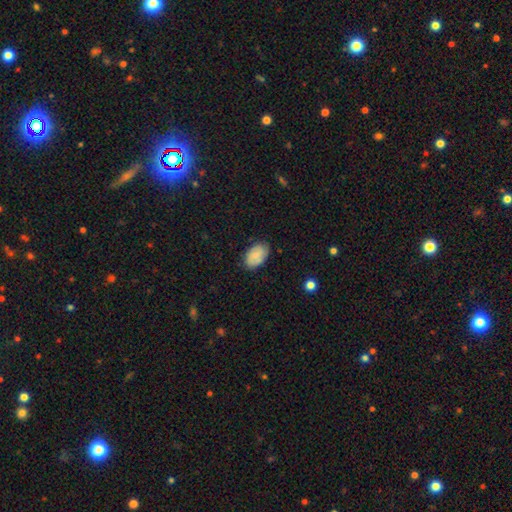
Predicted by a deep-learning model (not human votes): Smooth or featured? Predicted: smooth (p=0.66). How rounded? Predicted: in between (p=0.92). Merging? Predicted: none (p=0.78).